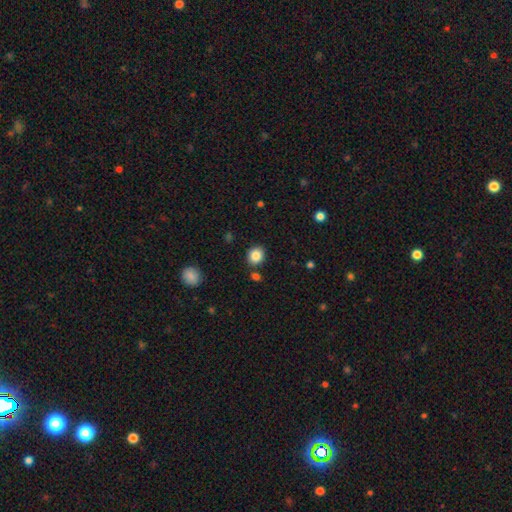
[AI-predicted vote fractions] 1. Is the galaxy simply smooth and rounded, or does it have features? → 86% smooth, 9% star or artifact, 5% featured or disk.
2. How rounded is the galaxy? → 78% round, 21% in between, 1% cigar-shaped.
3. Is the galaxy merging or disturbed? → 84% none, 8% minor disturbance, 5% merger, 2% major disturbance.